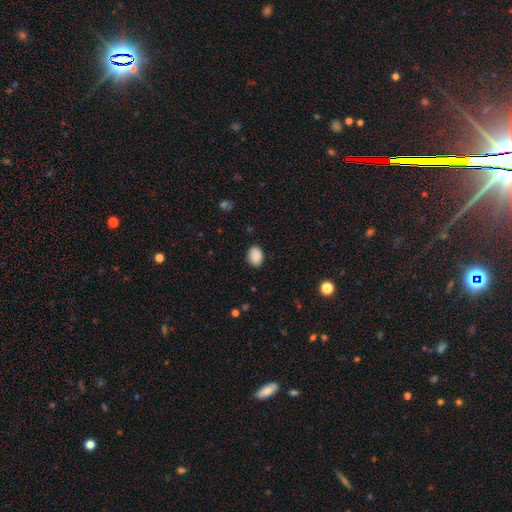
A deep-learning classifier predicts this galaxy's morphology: This is clearly a smooth galaxy (89%). How rounded: likely in between (70%). Merging: clearly none (85%).